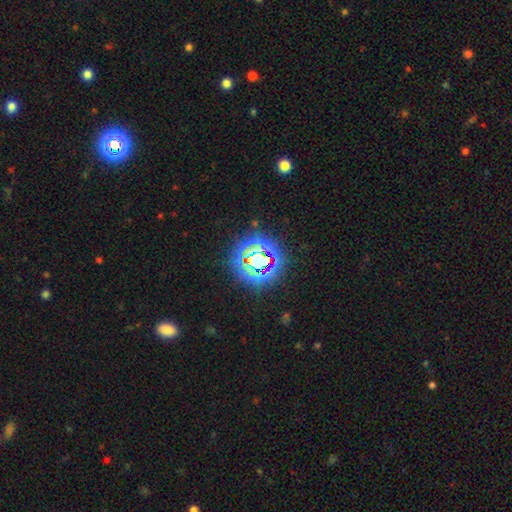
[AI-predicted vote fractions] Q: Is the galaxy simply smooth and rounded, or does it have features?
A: star or artifact — 68%.